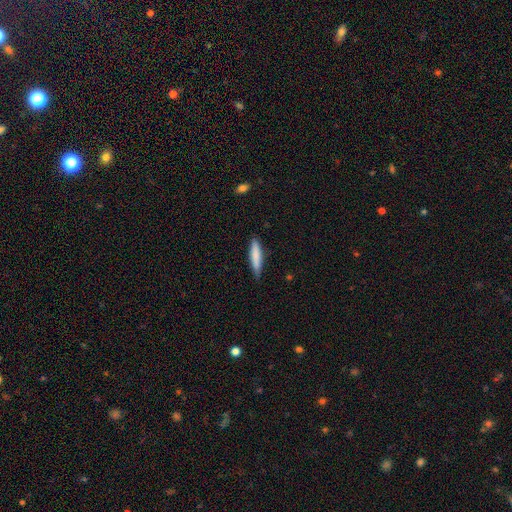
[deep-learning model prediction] Smooth or featured?
  - smooth: 78% *
  - featured or disk: 16%
  - star or artifact: 6%
How rounded?
  - cigar-shaped: 84% *
  - in between: 14%
  - round: 1%
Merging?
  - none: 79% *
  - minor disturbance: 17%
  - major disturbance: 2%
  - merger: 1%